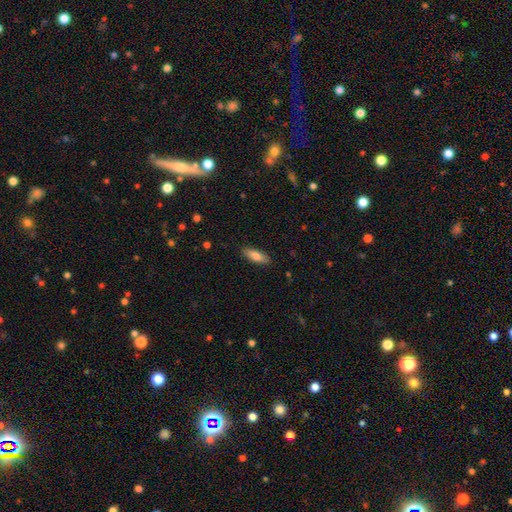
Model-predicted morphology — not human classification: Overall: smooth (82%). How rounded: in between (62%; cigar-shaped 36%). Merging: none (88%).